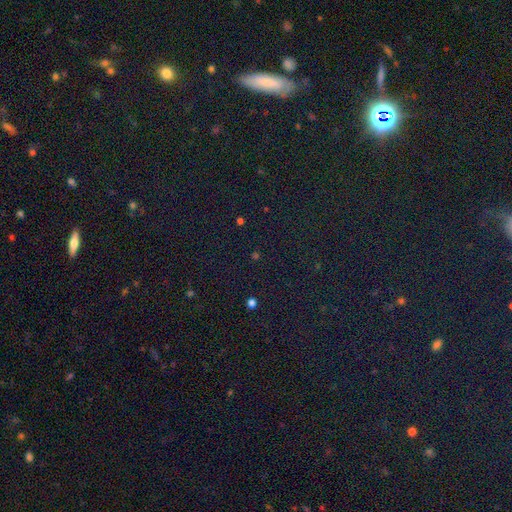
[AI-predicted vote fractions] Smooth or featured? Predicted: star or artifact (p=0.72).